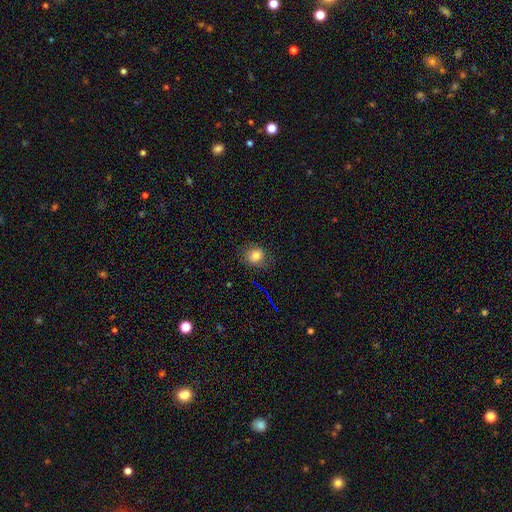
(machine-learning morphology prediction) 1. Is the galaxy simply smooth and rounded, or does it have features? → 73% smooth, 14% featured or disk, 13% star or artifact.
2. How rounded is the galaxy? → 66% round, 33% in between, 1% cigar-shaped.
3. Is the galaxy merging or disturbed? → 76% none, 16% minor disturbance, 6% major disturbance, 1% merger.